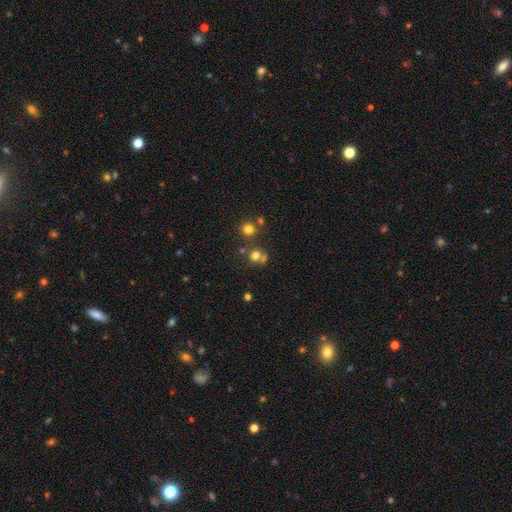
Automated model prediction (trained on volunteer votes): This appears to be a smooth galaxy with no disk features (68%) that is round (87%). Merging: none (59%).